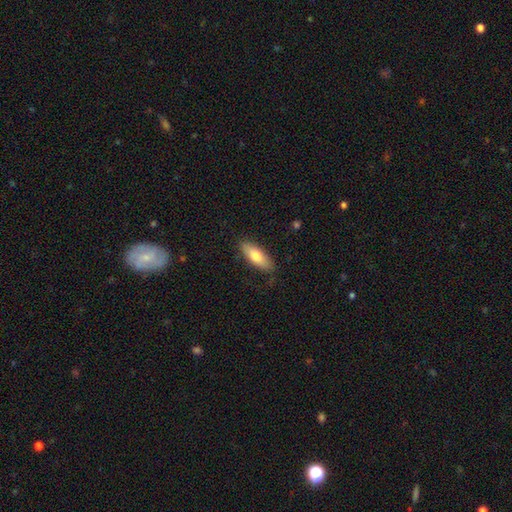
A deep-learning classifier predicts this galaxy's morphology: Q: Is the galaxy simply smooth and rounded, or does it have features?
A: smooth — 75%.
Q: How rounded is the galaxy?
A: in between — 66%.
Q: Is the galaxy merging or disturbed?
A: none — 82%.